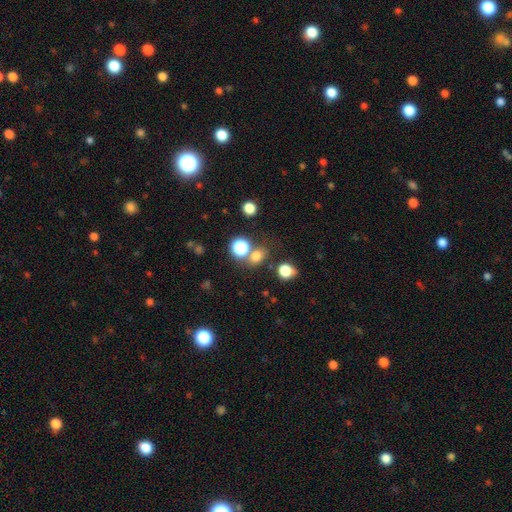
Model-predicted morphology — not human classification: Q: Smooth or featured?
A: smooth (70%); runner-up: star or artifact (23%)
Q: How rounded?
A: round (64%); runner-up: in between (35%)
Q: Merging?
A: none (67%); runner-up: merger (19%)